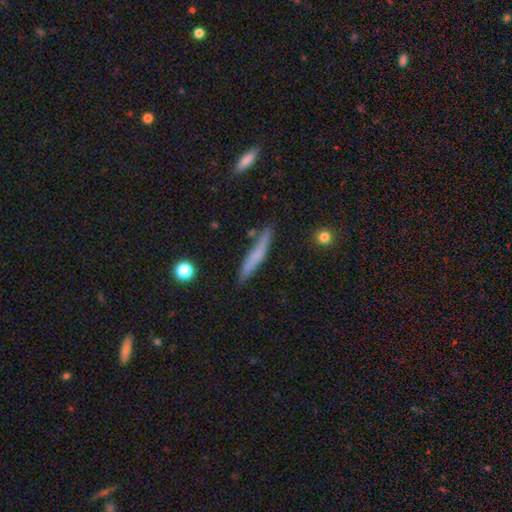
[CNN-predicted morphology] smooth 62%, featured or disk 30%, star or artifact 7%. Down the decision tree: how rounded — cigar-shaped (93%); merging — none (78%).